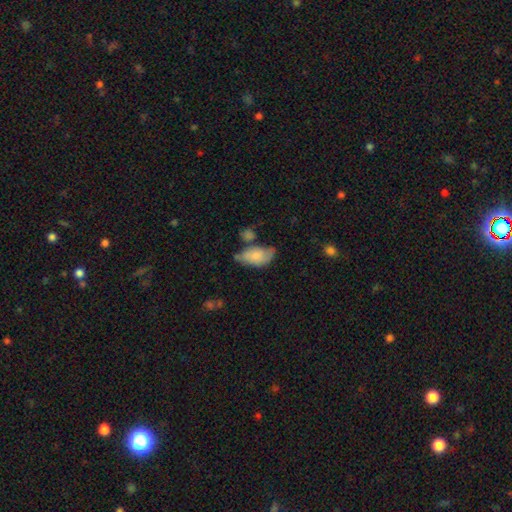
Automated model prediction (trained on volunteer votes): smooth 70%, featured or disk 23%, star or artifact 7%. Down the decision tree: how rounded — in between (92%); merging — none (37%).